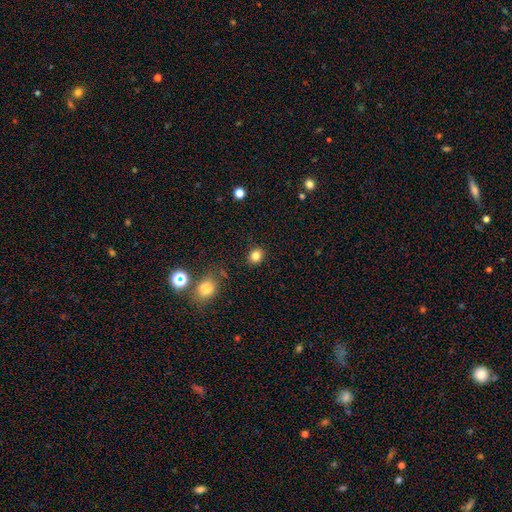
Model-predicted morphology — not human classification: Smooth or featured? Predicted: smooth (p=0.83). How rounded? Predicted: round (p=0.69). Merging? Predicted: none (p=0.86).